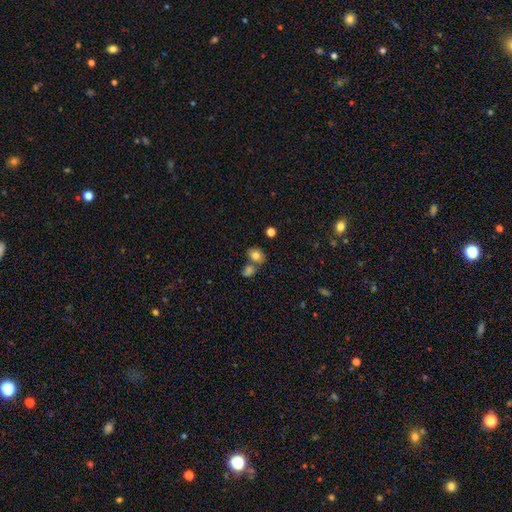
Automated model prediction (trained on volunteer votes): Morphology: type=smooth (78%); roundness=round (51%); merging=none (54%).